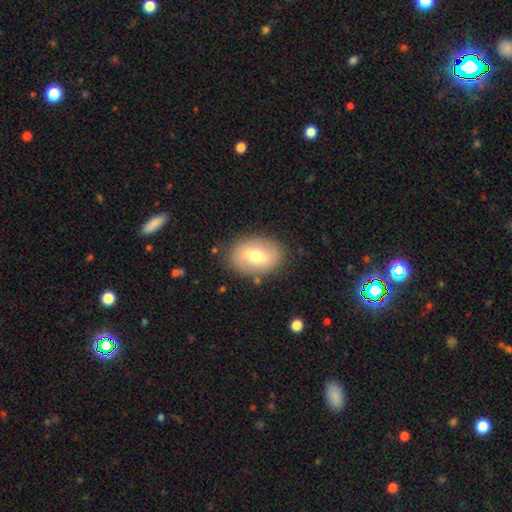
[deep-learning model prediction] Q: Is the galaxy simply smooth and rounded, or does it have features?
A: smooth — 49%.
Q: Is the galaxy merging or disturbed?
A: none — 84%.